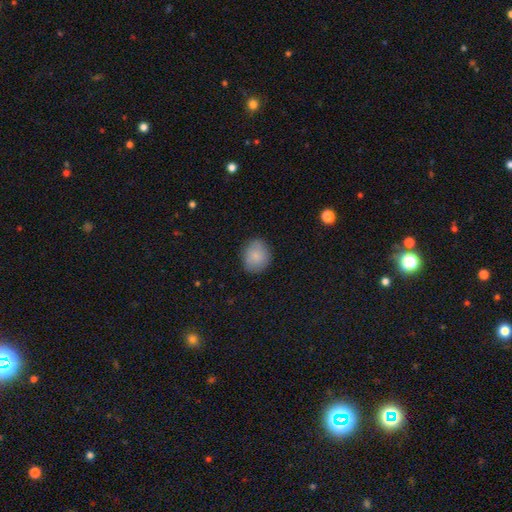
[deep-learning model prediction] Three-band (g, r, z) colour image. It shows a smooth galaxy with no disk features (82%) that is round (70%). Merging: none (82%).